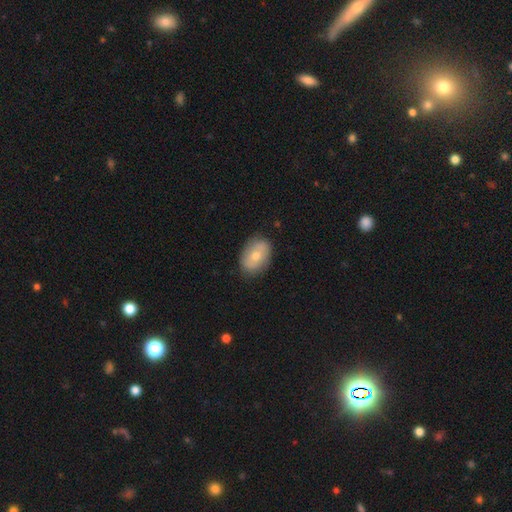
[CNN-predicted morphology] smooth-or-featured: smooth: 62% | featured or disk: 32% | star or artifact: 6%
  how-rounded: in between: 80% | round: 19% | cigar-shaped: 1%
  merging: none: 83% | minor disturbance: 13% | major disturbance: 3% | merger: 1%